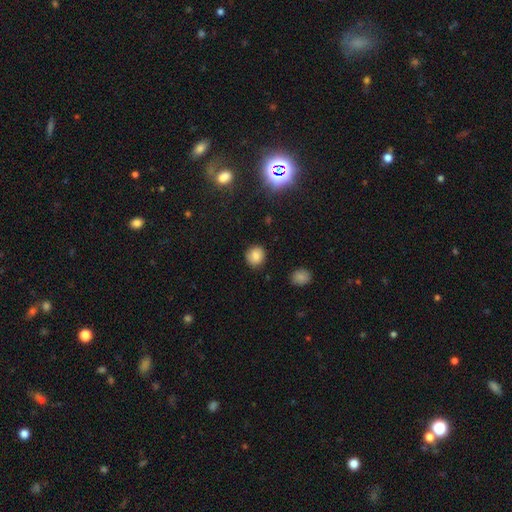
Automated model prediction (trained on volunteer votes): Smooth or featured? smooth (81%)
How rounded? round (85%)
Merging? none (85%)